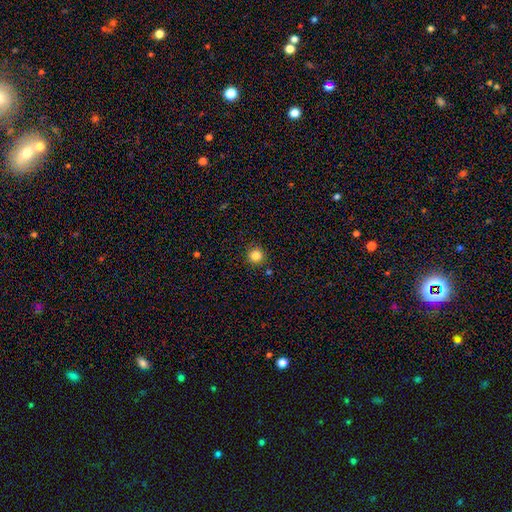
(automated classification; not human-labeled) Morphology: type=smooth (84%); roundness=round (94%); merging=none (89%).